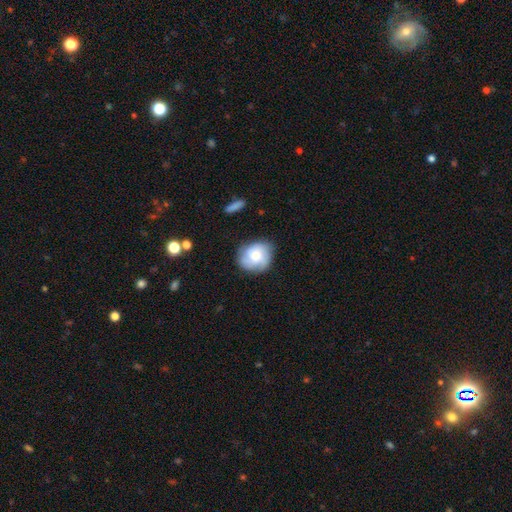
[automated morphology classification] A smooth galaxy with no disk features (46%, tied with featured or disk). Merging: none (73%).